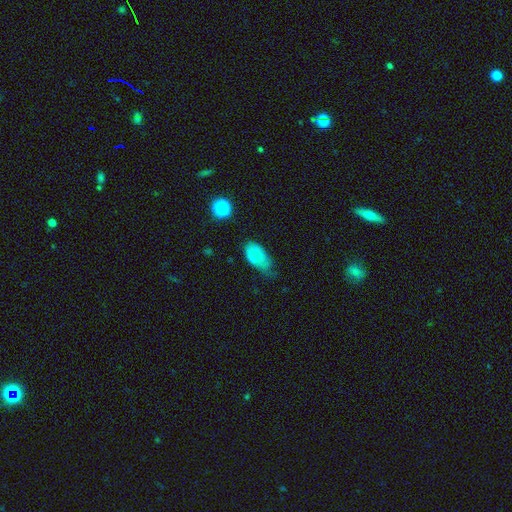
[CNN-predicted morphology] This is likely a smooth galaxy (69%). How rounded: clearly in between (92%). Merging: marginally minor disturbance (44%).